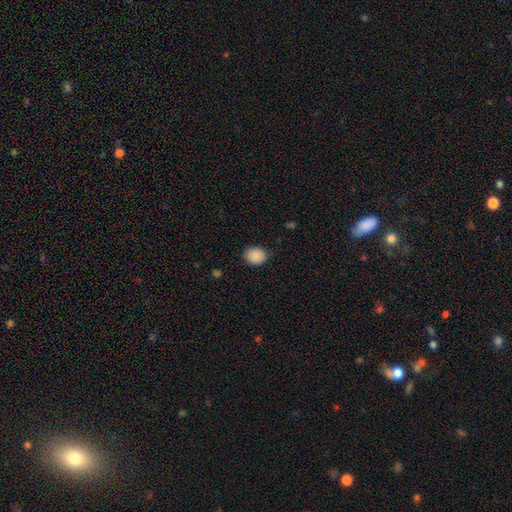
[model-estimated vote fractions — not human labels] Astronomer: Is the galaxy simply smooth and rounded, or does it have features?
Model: smooth — 89%.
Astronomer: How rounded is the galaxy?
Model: round — 56% (runner-up: in between, 43%).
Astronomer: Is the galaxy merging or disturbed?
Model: none — 85%.